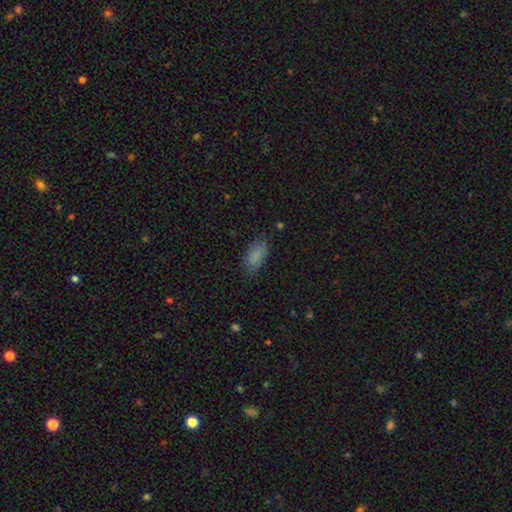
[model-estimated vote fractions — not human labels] Smooth or featured? Predicted: smooth (p=0.85). How rounded? Predicted: in between (p=0.88). Merging? Predicted: none (p=0.76).